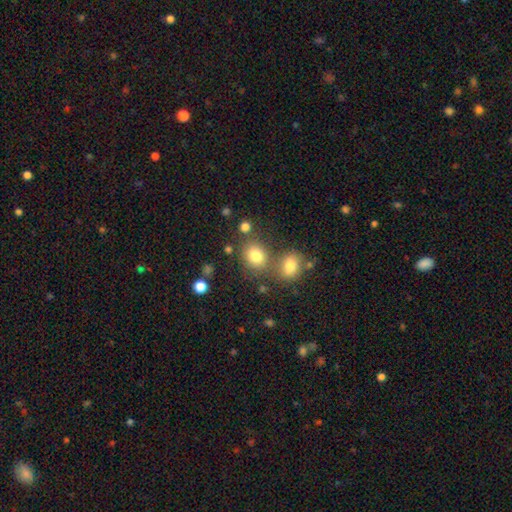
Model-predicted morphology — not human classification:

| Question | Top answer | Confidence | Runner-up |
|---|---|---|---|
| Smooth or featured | smooth | 79% | star or artifact (14%) |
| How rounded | round | 69% | in between (30%) |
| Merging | none | 63% | merger (24%) |